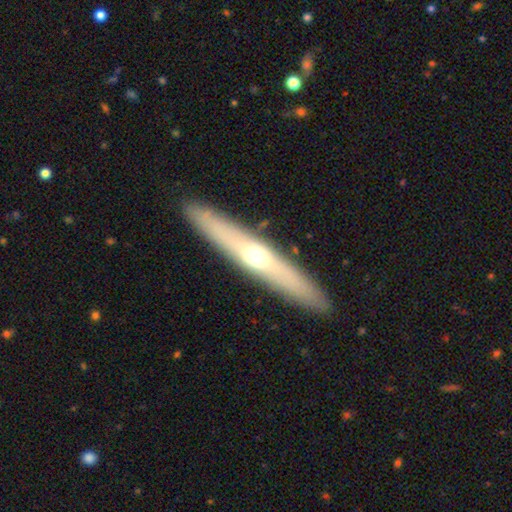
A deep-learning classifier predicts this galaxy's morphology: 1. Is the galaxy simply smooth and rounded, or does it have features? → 57% featured or disk, 37% smooth, 6% star or artifact.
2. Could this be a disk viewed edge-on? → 88% yes, 12% no.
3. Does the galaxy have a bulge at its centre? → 83% rounded, 15% none, 2% boxy.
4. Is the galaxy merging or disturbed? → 91% none, 7% minor disturbance, 1% major disturbance, 1% merger.